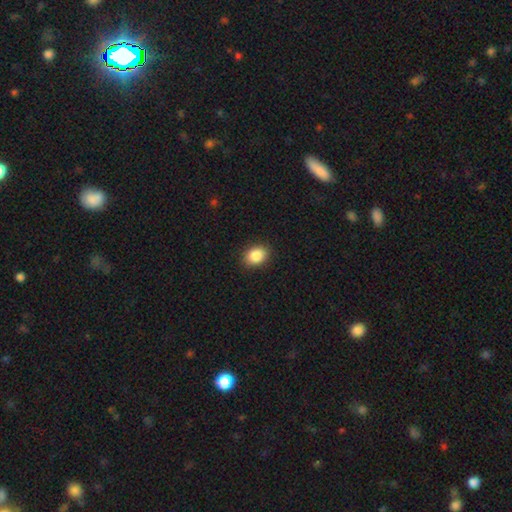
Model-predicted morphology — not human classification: A smooth galaxy with no disk features (88%) that is in between round and cigar-shaped (65%). Merging: none (89%).